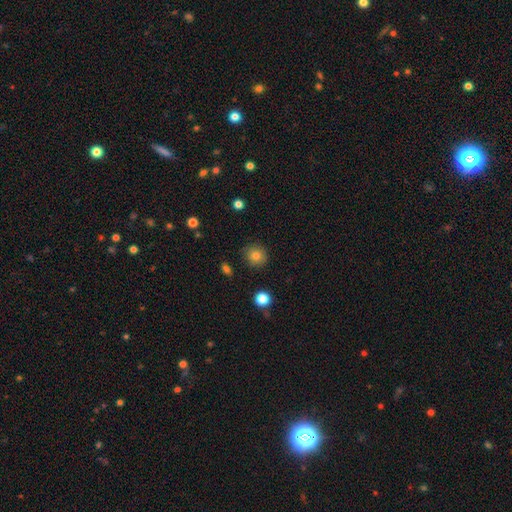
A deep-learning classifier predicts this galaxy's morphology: Overall: smooth (81%). How rounded: round (91%). Merging: none (87%).